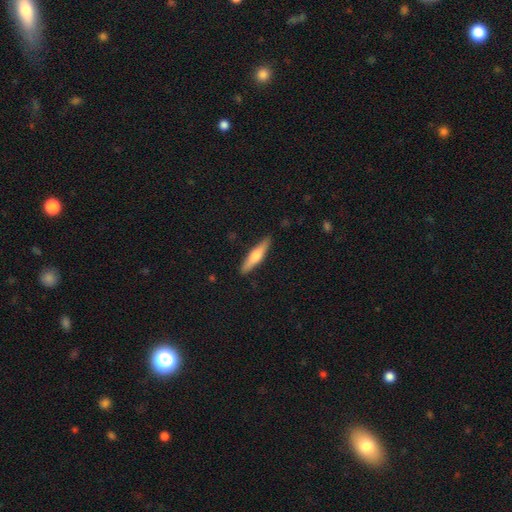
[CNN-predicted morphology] smooth 51%, featured or disk 44%, star or artifact 5%. Down the decision tree: how rounded — cigar-shaped (83%); merging — none (89%).